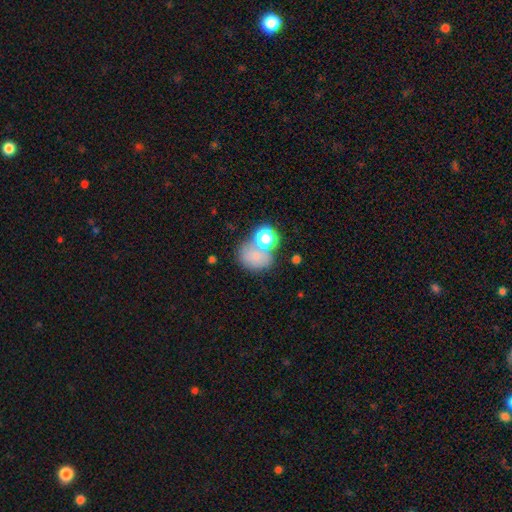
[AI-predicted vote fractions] Morphology: type=smooth (72%); roundness=in between (52%); merging=none (45%).